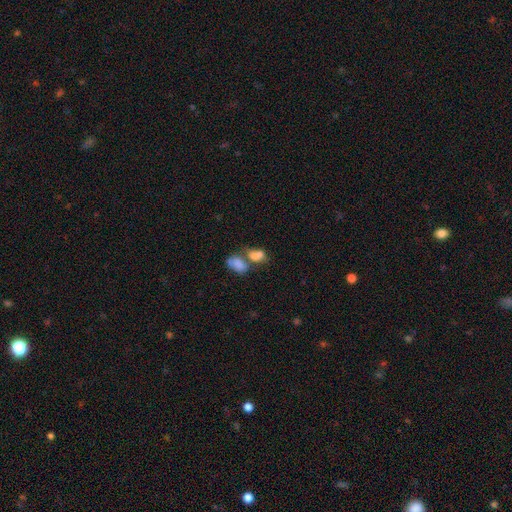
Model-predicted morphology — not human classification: Smooth or featured? smooth (72%)
How rounded? in between (81%)
Merging? merger (67%)